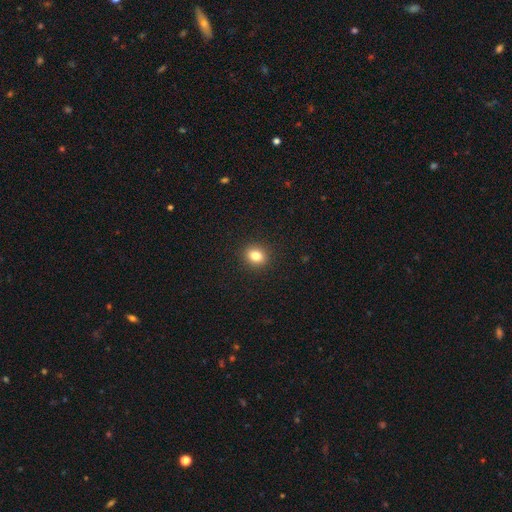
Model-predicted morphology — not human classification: smooth-or-featured: smooth: 82% | star or artifact: 11% | featured or disk: 7%
  how-rounded: round: 67% | in between: 32% | cigar-shaped: 1%
  merging: none: 91% | minor disturbance: 6% | major disturbance: 2% | merger: 1%